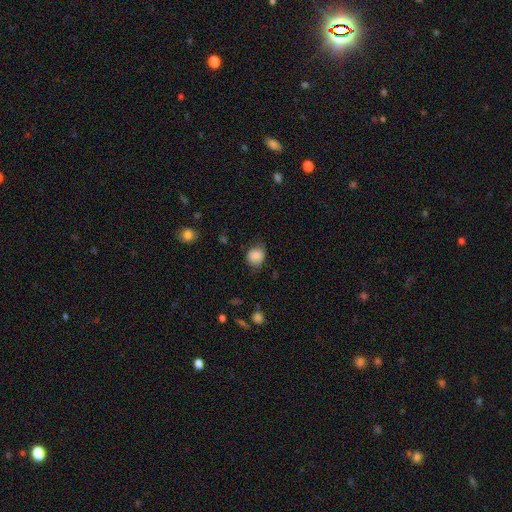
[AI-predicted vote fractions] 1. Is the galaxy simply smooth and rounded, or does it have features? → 85% smooth, 9% star or artifact, 6% featured or disk.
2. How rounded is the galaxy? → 74% round, 25% in between, 1% cigar-shaped.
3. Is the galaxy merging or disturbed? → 67% none, 25% minor disturbance, 6% major disturbance, 1% merger.